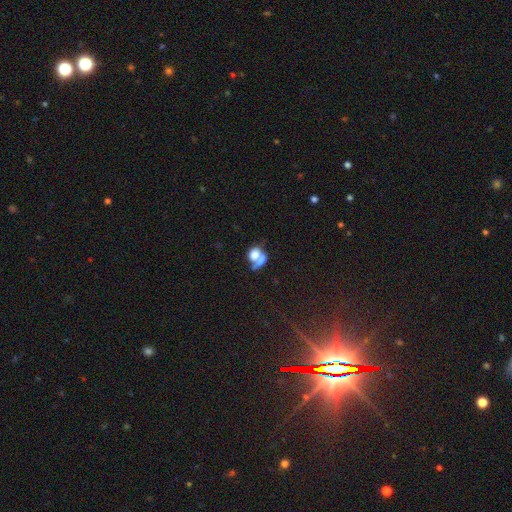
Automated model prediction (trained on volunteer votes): The model was most divided on "how rounded": round: 52%, in between: 45%, cigar-shaped: 2%. More confident: smooth or featured — smooth (65%); merging — merger (59%).